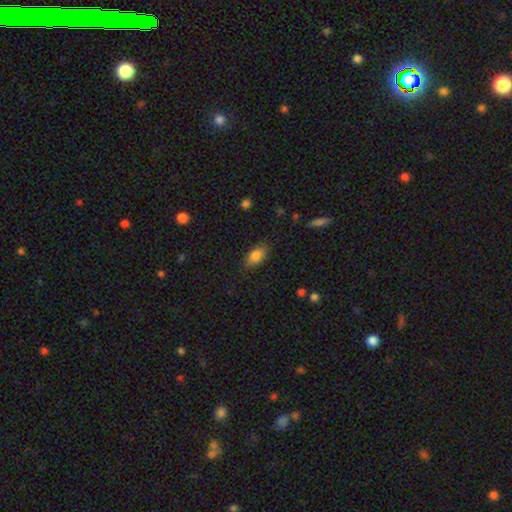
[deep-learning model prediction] Morphology: type=smooth (81%); roundness=in between (88%); merging=none (79%).